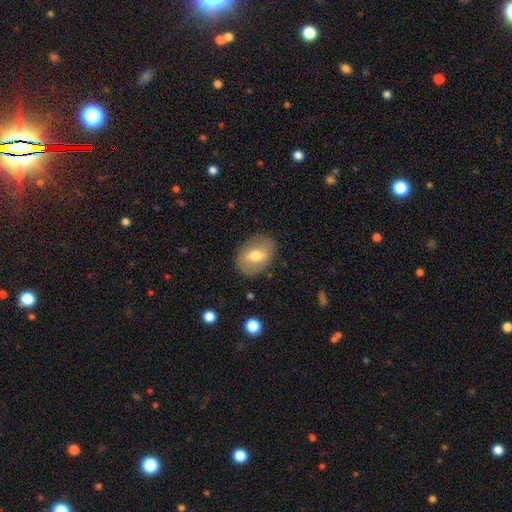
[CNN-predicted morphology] This appears to be a smooth galaxy with no disk features (58%) that is in between round and cigar-shaped (76%). Merging: none (81%).